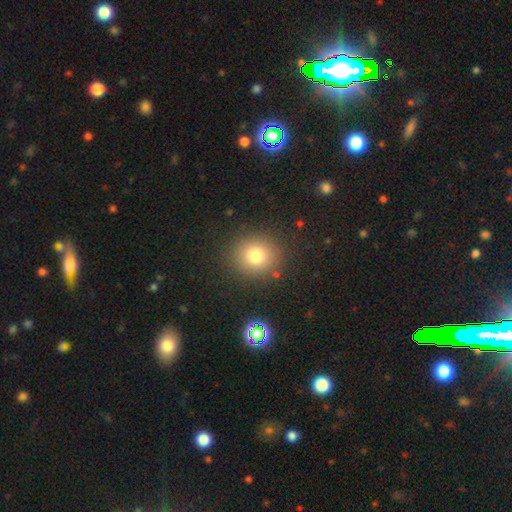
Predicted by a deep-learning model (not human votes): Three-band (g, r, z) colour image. It shows a smooth galaxy with no disk features (77%) that is round (86%). Merging: none (87%).